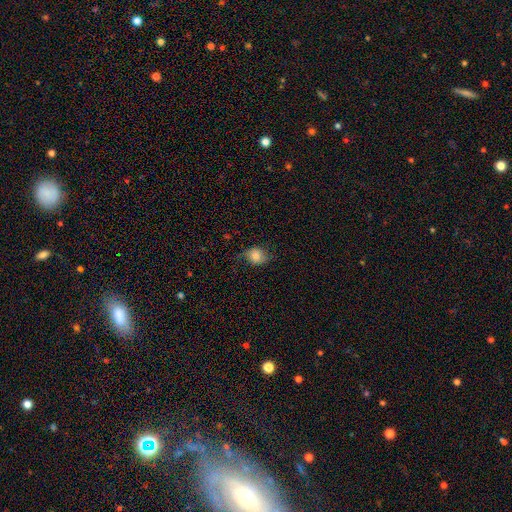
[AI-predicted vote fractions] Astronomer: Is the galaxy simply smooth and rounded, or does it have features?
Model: smooth — 70%.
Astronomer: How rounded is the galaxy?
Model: round — 53% (runner-up: in between, 46%).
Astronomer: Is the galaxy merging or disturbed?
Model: none — 59%.